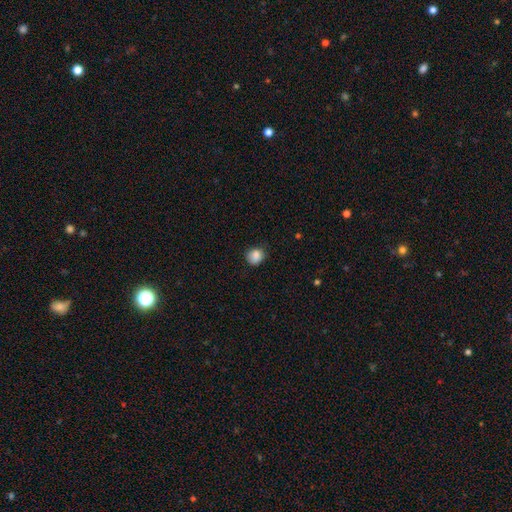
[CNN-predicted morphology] smooth-or-featured: smooth: 86% | star or artifact: 9% | featured or disk: 5%
  how-rounded: round: 74% | in between: 25% | cigar-shaped: 1%
  merging: none: 72% | minor disturbance: 22% | major disturbance: 5% | merger: 1%